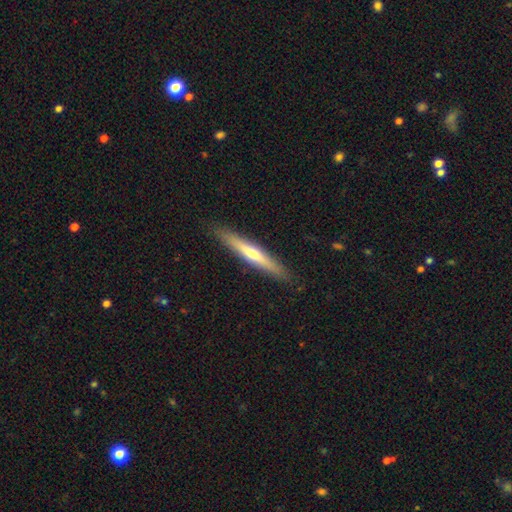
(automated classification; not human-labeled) smooth_or_featured: featured or disk (p=0.51) [alt: smooth p=0.44]
disk_edge_on: yes (p=0.95) [alt: no p=0.05]
merging: none (p=0.91) [alt: minor disturbance p=0.07]